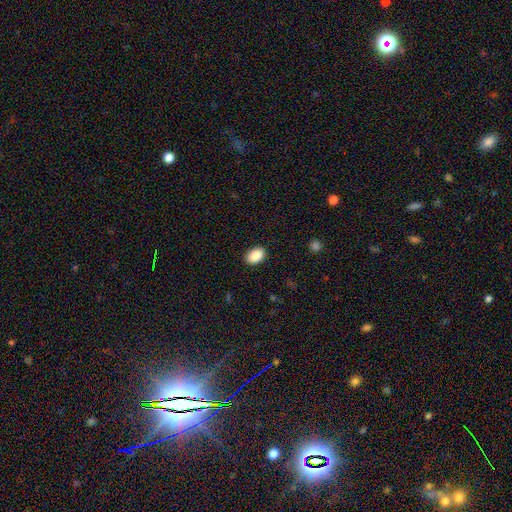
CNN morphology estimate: Smooth or featured? smooth (88%)
How rounded? in between (86%)
Merging? none (90%)